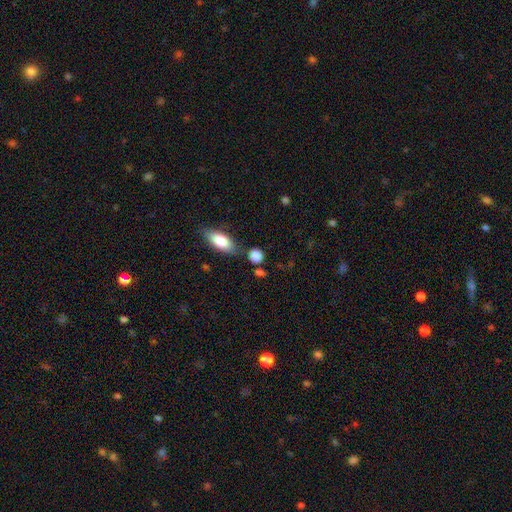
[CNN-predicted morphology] type=smooth (86%); roundness=round (75%); merging=none (68%).